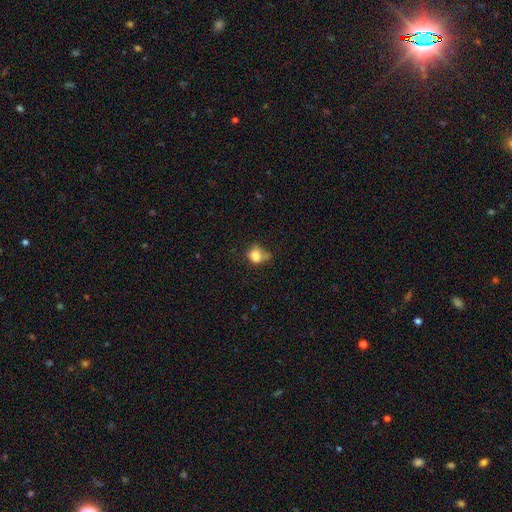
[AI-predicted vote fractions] Morphology: type=smooth (77%); roundness=round (51%); merging=minor disturbance (34%).